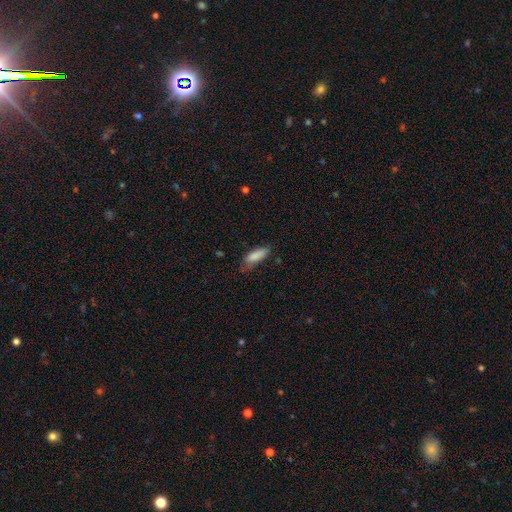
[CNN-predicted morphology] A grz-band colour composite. It shows a smooth galaxy with no disk features (83%) that is in between round and cigar-shaped (60%). Merging: none (55%).